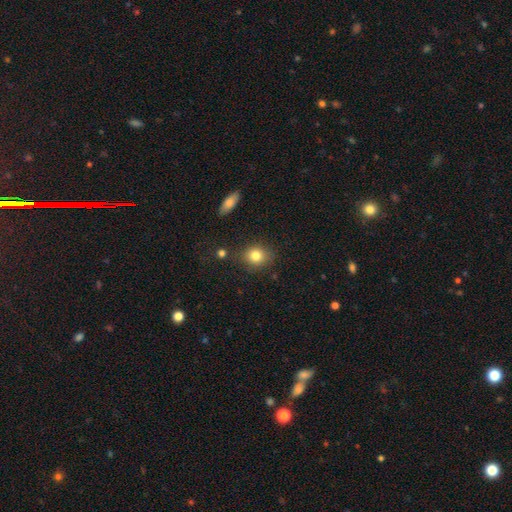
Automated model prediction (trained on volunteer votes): A smooth galaxy with no disk features (82%) that is round (71%). Merging: none (82%).